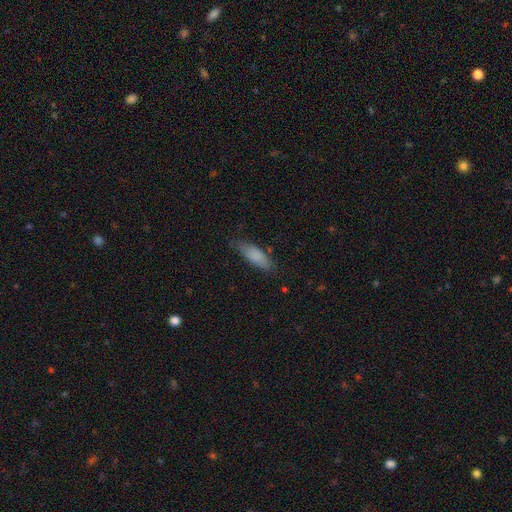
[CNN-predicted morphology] Overall: smooth (82%). How rounded: in between (56%; cigar-shaped 43%). Merging: none (76%).